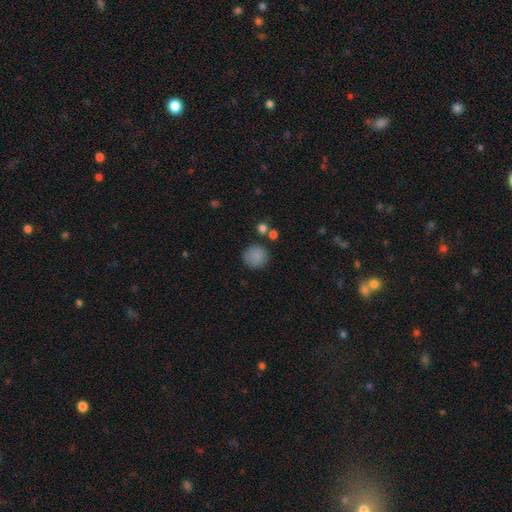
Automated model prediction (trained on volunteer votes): Smooth or featured: smooth — 85% (star or artifact — 10%)
How rounded: round — 91% (in between — 8%)
Merging: none — 78% (minor disturbance — 12%)